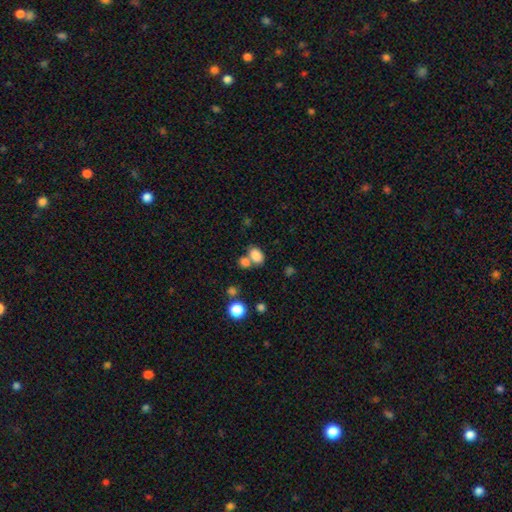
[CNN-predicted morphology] type=smooth (82%); roundness=in between (79%); merging=none (46%).